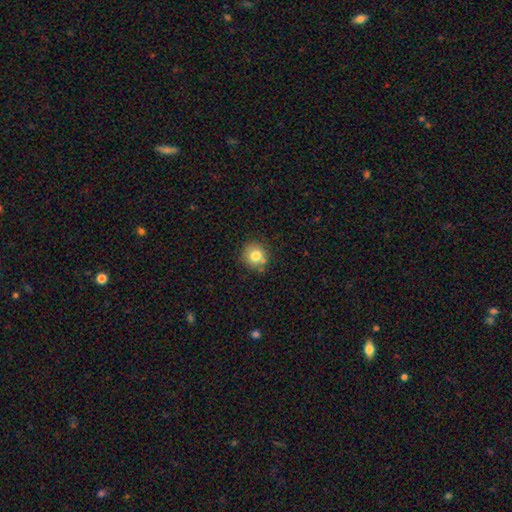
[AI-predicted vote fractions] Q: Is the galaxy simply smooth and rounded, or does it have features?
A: smooth — 78%.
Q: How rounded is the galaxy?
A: round — 90%.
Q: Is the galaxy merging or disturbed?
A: none — 76%.